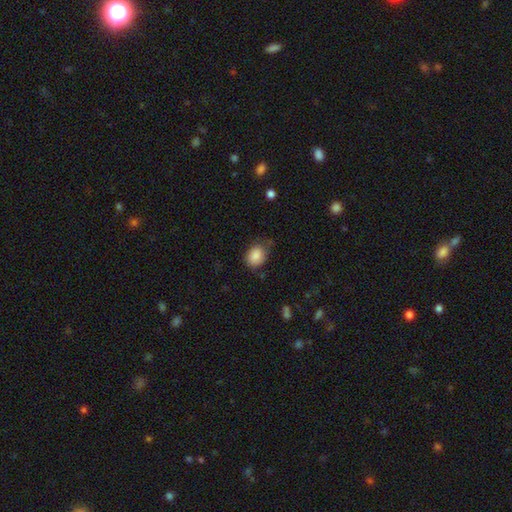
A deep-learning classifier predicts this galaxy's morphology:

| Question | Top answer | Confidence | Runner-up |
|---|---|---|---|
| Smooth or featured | smooth | 86% | star or artifact (8%) |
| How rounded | in between | 61% | round (39%) |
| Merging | none | 61% | minor disturbance (30%) |